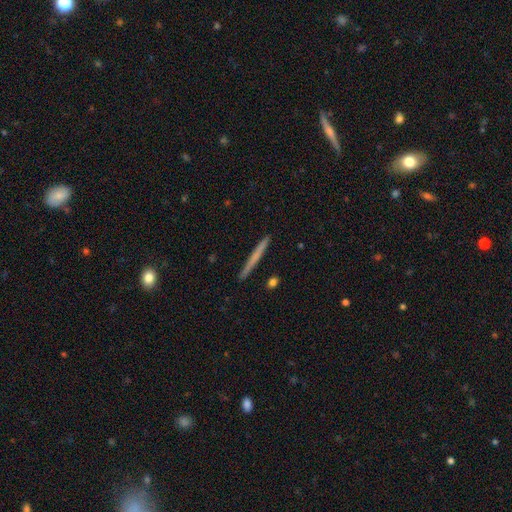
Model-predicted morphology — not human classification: smooth_or_featured: smooth (p=0.55) [alt: featured or disk p=0.39]
how_rounded: cigar-shaped (p=0.97) [alt: in between p=0.02]
merging: none (p=0.92) [alt: minor disturbance p=0.06]